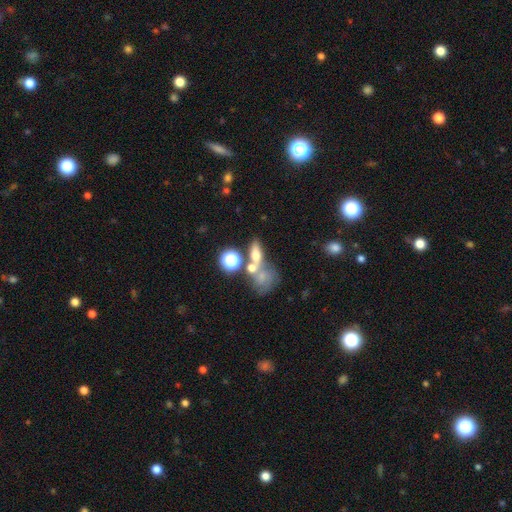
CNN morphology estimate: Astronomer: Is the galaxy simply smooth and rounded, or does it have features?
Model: smooth — 59%.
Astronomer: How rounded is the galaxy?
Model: in between — 53% (runner-up: round, 33%).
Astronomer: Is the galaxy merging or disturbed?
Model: none — 42% (runner-up: merger, 39%).